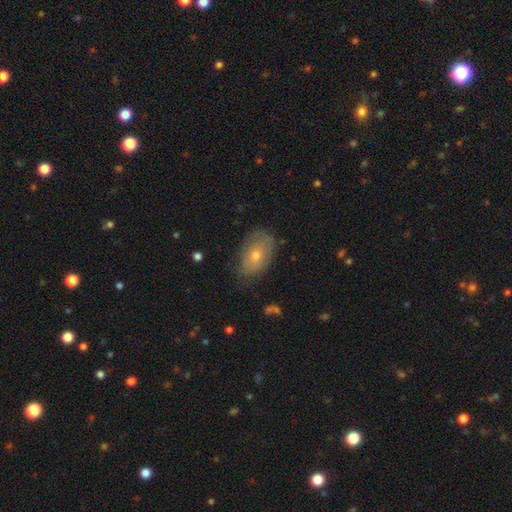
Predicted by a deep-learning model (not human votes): The model was most divided on "smooth or featured": smooth: 61%, featured or disk: 29%, star or artifact: 10%. More confident: how rounded — in between (88%); merging — none (75%).